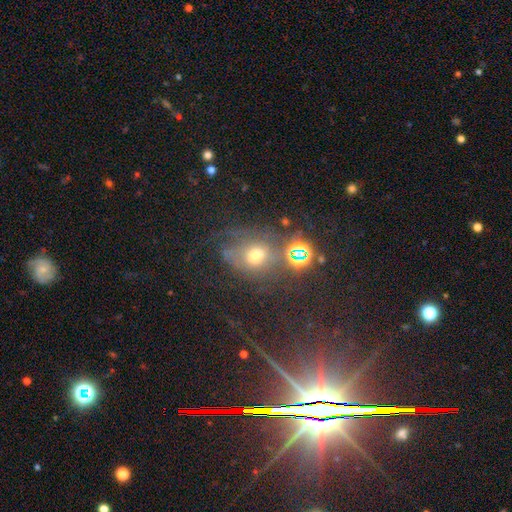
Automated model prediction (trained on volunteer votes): Smooth or featured? smooth (48%)
Merging? none (48%)